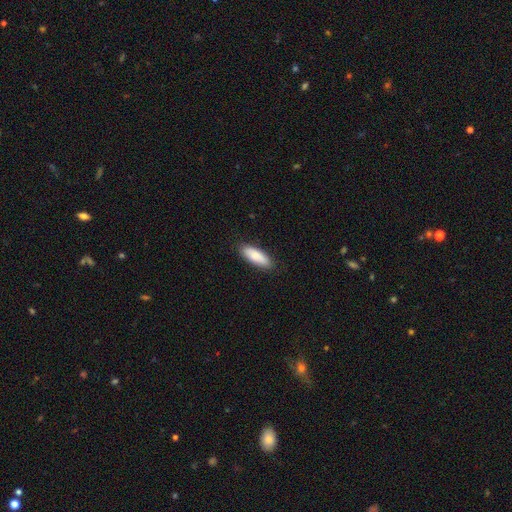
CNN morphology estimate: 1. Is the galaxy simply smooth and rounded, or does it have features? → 84% smooth, 10% featured or disk, 5% star or artifact.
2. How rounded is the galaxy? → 62% in between, 36% cigar-shaped, 2% round.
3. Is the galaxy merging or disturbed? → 87% none, 10% minor disturbance, 2% major disturbance, 1% merger.